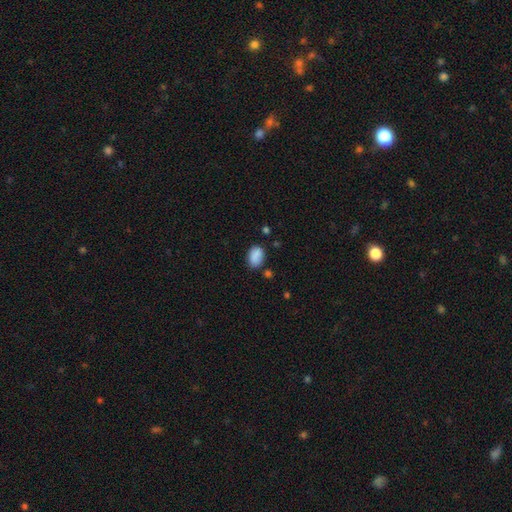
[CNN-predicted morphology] smooth 87%, star or artifact 8%, featured or disk 5%. Down the decision tree: how rounded — in between (84%); merging — none (72%).